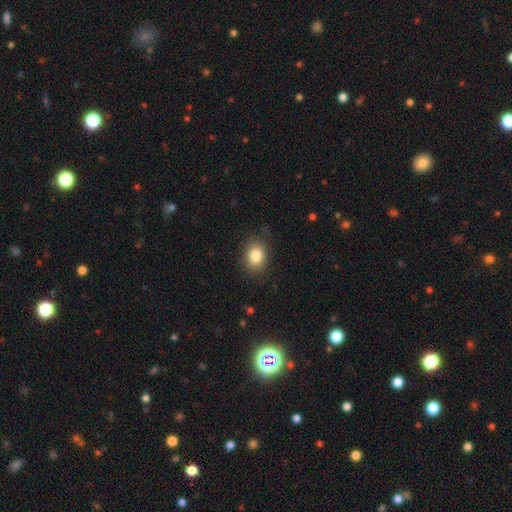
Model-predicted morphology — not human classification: smooth 83%, star or artifact 9%, featured or disk 7%. Down the decision tree: how rounded — in between (60%); merging — none (82%).